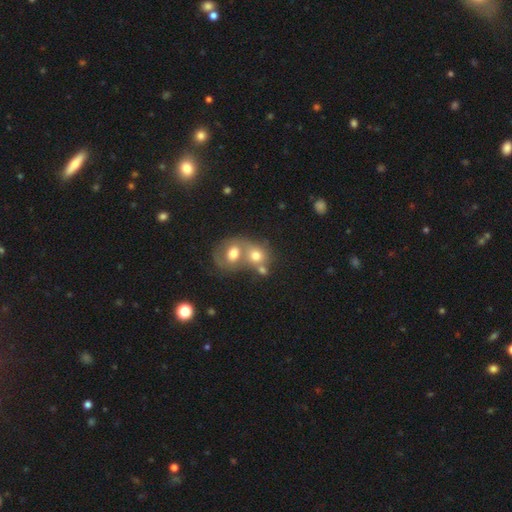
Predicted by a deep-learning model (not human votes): Morphology: type=smooth (66%); roundness=round (67%); merging=merger (63%).